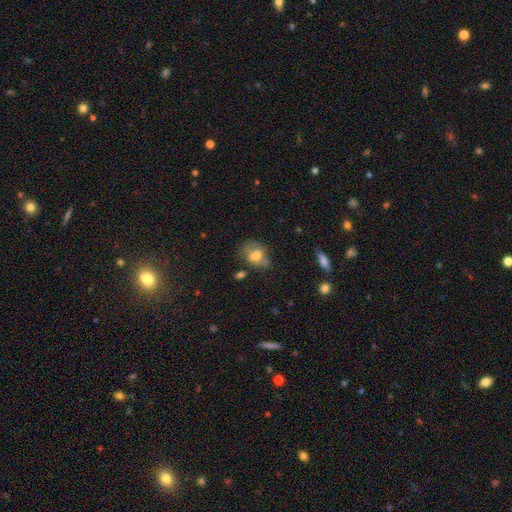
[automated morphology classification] Smooth or featured? Predicted: smooth (p=0.69). How rounded? Predicted: in between (p=0.66). Merging? Predicted: none (p=0.44).